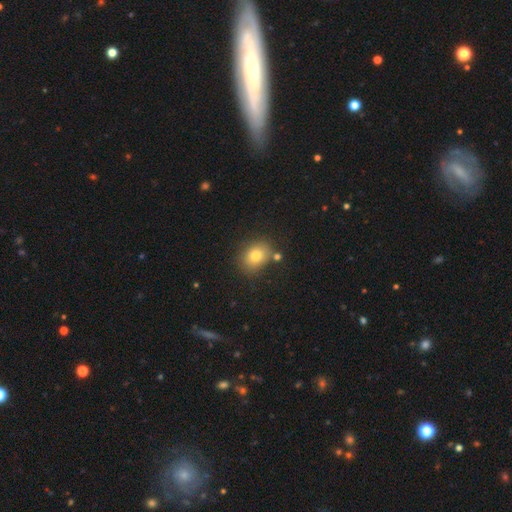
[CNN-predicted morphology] Smooth or featured: smooth — 79% (star or artifact — 11%)
How rounded: round — 53% (in between — 46%)
Merging: none — 75% (minor disturbance — 13%)